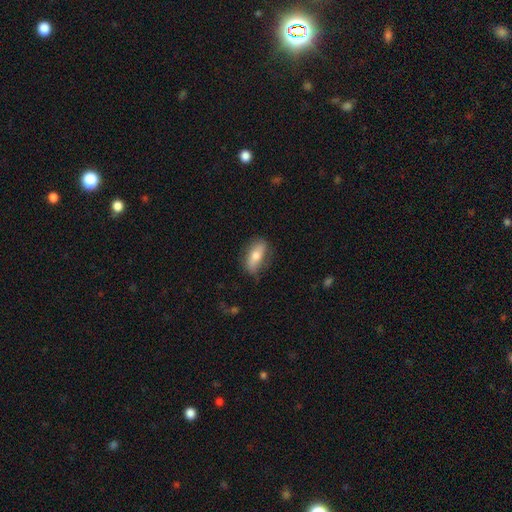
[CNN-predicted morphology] The model was most divided on "smooth or featured": smooth: 63%, featured or disk: 30%, star or artifact: 6%. More confident: how rounded — in between (78%); merging — none (73%).